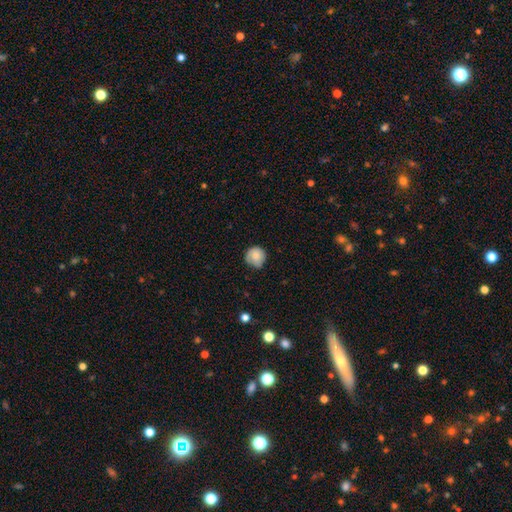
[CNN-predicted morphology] smooth 80%, featured or disk 11%, star or artifact 8%. Down the decision tree: how rounded — round (91%); merging — none (65%).